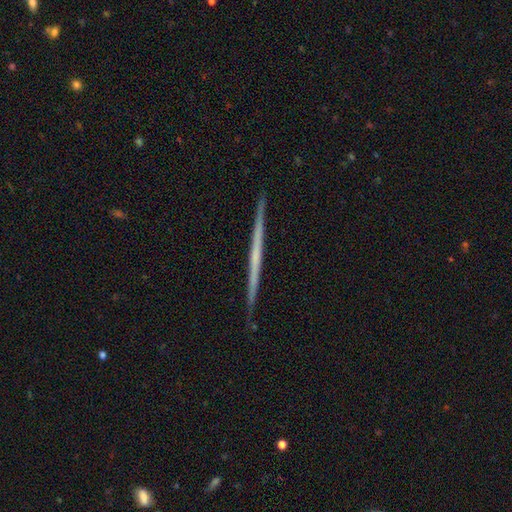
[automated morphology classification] Smooth or featured: featured or disk — 69% (smooth — 25%)
Edge-on disk: yes — 98% (no — 2%)
Edge-on bulge: none — 84% (rounded — 12%)
Merging: none — 92% (minor disturbance — 6%)